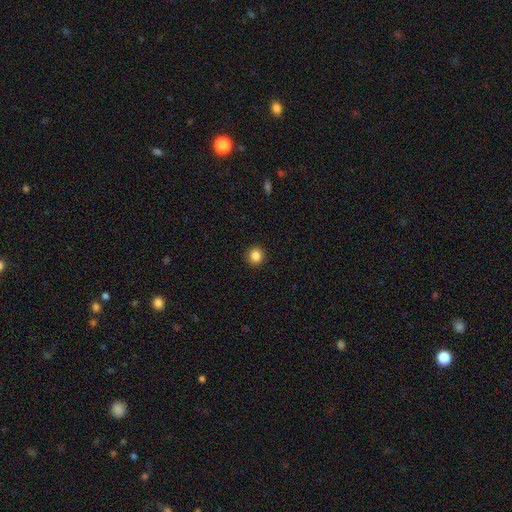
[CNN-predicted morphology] smooth_or_featured: smooth (p=0.85) [alt: star or artifact p=0.11]
how_rounded: round (p=0.94) [alt: in between p=0.05]
merging: none (p=0.93) [alt: minor disturbance p=0.05]